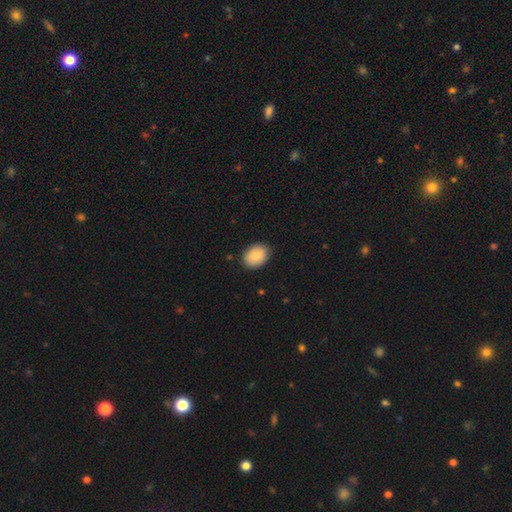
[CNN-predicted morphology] A smooth galaxy with no disk features (83%) that is in between round and cigar-shaped (64%).

Vote fractions:
- Smooth or featured? smooth: 83% / featured or disk: 11% / star or artifact: 7%
- How rounded? in between: 64% / round: 35% / cigar-shaped: 1%
- Merging? none: 86% / minor disturbance: 10% / major disturbance: 2% / merger: 1%